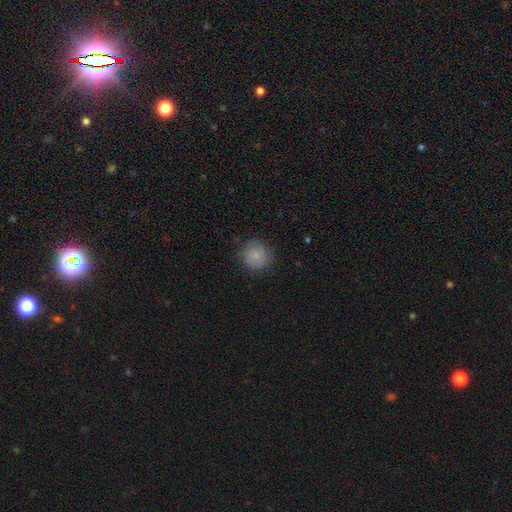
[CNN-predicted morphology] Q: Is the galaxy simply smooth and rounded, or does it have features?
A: smooth — 76%.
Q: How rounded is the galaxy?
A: round — 90%.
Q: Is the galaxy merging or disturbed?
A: none — 75%.